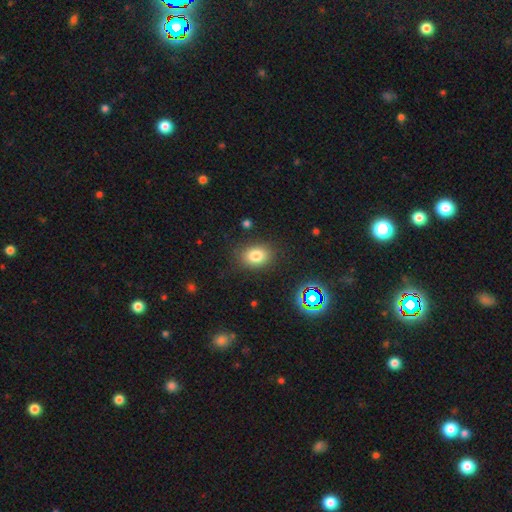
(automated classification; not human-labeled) The model was most divided on "how rounded": in between: 66%, round: 33%, cigar-shaped: 1%. More confident: merging — none (83%); smooth or featured — smooth (79%).